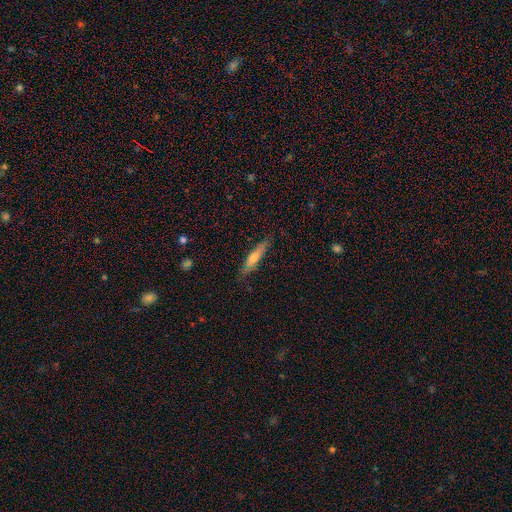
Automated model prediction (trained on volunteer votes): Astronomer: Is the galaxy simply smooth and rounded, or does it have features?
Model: featured or disk — 47% (runner-up: smooth, 46%).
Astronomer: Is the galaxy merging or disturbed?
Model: none — 83%.